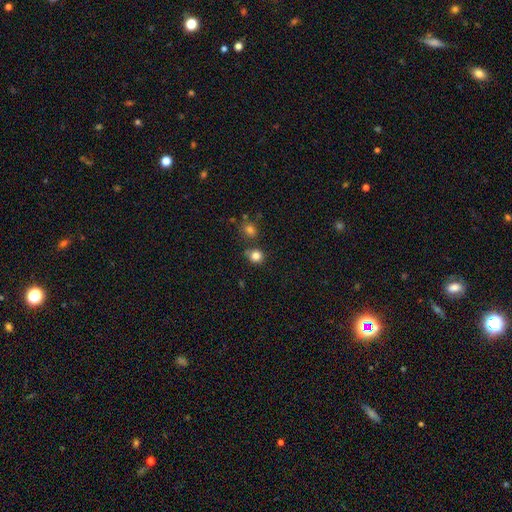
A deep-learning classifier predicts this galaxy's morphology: Smooth or featured?
  - smooth: 82% *
  - star or artifact: 12%
  - featured or disk: 5%
How rounded?
  - round: 84% *
  - in between: 15%
  - cigar-shaped: 1%
Merging?
  - none: 72% *
  - merger: 13%
  - minor disturbance: 11%
  - major disturbance: 3%